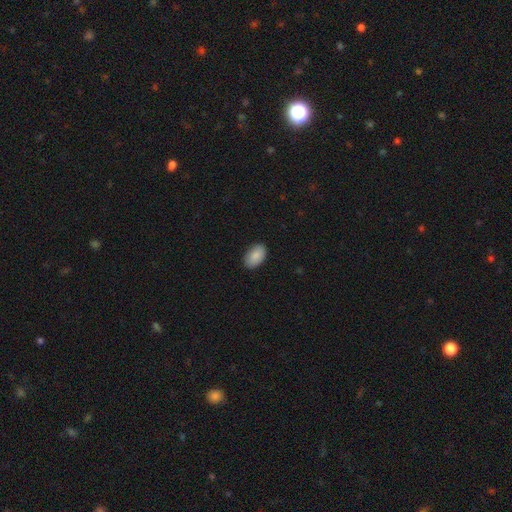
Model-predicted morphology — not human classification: type=smooth (87%); roundness=in between (94%); merging=none (87%).